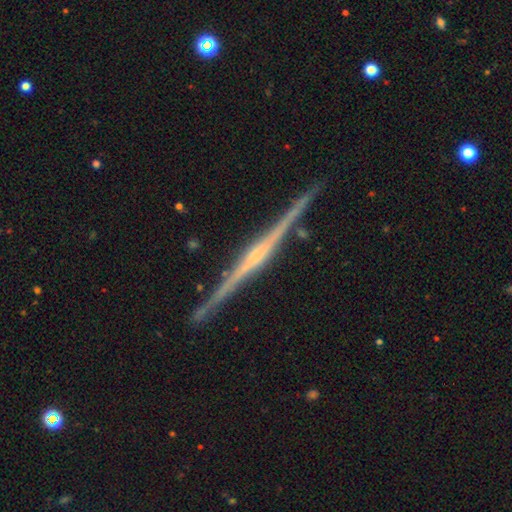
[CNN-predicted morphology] Overall: featured or disk (87%). Edge-on disk: yes (99%). Edge-on bulge: rounded (56%; none 26%). Merging: none (91%).